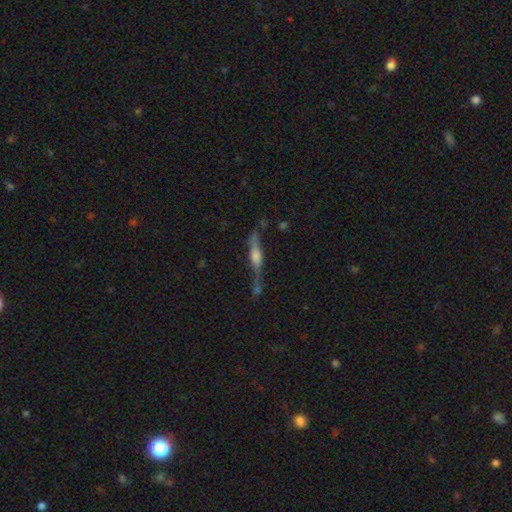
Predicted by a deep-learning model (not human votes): Q: Smooth or featured?
A: featured or disk (66%); runner-up: smooth (25%)
Q: Edge-on disk?
A: yes (92%); runner-up: no (8%)
Q: Edge-on bulge?
A: rounded (75%); runner-up: boxy (19%)
Q: Merging?
A: none (58%); runner-up: minor disturbance (20%)